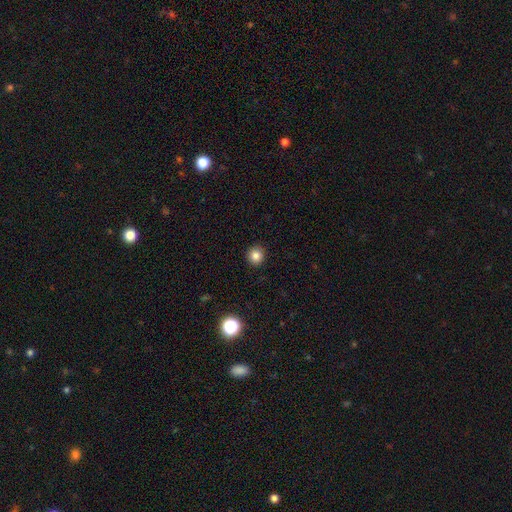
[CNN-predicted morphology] type=smooth (83%); roundness=round (92%); merging=none (93%).